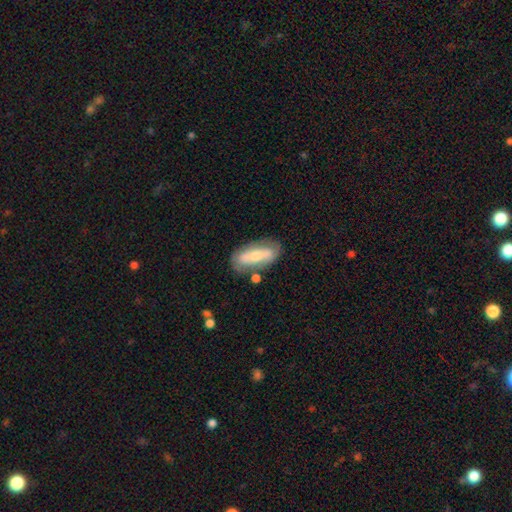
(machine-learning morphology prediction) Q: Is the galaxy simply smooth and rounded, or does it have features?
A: featured or disk — 47%.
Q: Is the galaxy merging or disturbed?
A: none — 71%.